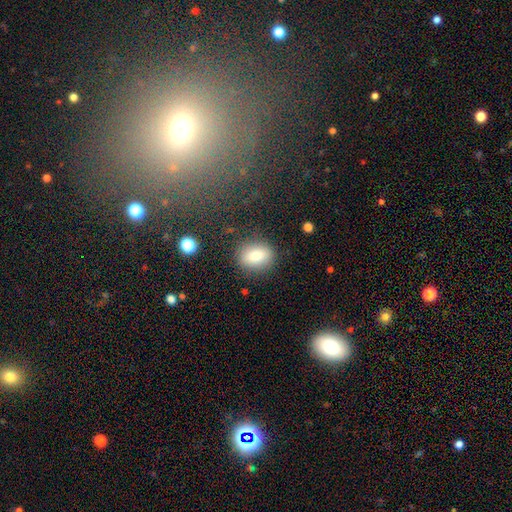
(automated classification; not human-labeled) This is clearly a smooth galaxy (81%). How rounded: likely in between (60%). Merging: clearly none (83%).